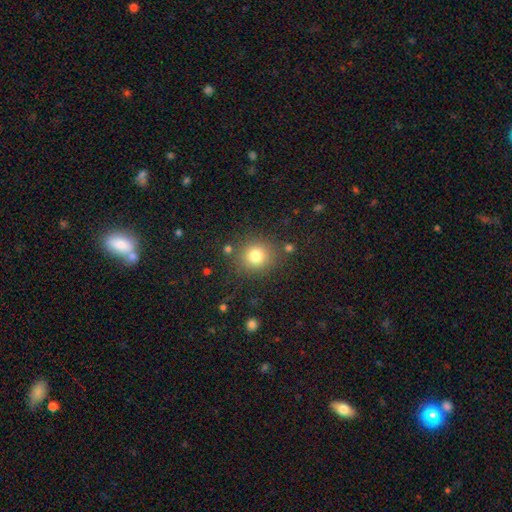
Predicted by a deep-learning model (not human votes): Smooth or featured: smooth — 80% (star or artifact — 13%)
How rounded: round — 88% (in between — 12%)
Merging: none — 83% (minor disturbance — 9%)